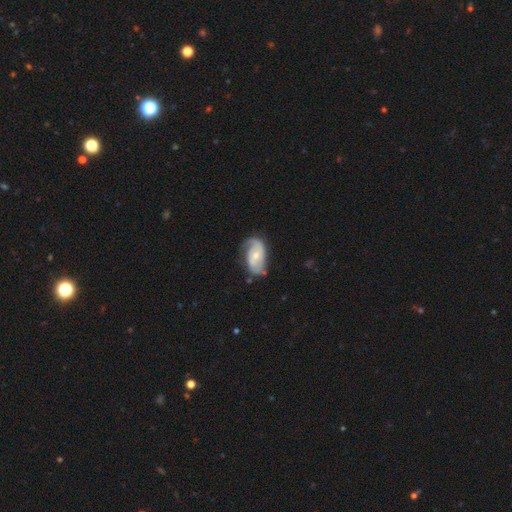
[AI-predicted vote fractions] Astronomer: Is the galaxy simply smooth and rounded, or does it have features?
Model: featured or disk — 74%.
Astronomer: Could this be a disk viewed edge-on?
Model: no — 96%.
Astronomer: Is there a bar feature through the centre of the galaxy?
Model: no — 57% (runner-up: weak, 35%).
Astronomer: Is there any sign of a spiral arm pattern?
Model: yes — 91%.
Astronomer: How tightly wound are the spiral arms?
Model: medium — 41% (runner-up: loose, 31%).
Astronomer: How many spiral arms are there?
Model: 2 — 68%.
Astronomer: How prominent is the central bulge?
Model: small — 53% (runner-up: moderate, 42%).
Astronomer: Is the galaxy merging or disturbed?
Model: none — 58%.